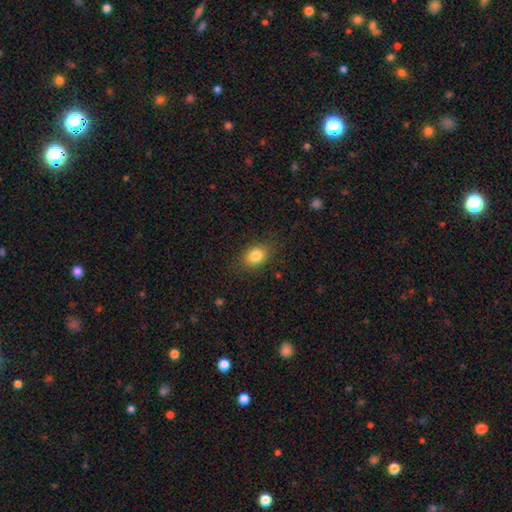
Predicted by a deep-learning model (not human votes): A smooth galaxy with no disk features (83%) that is in between round and cigar-shaped (66%).

Vote fractions:
- Smooth or featured? smooth: 83% / star or artifact: 10% / featured or disk: 7%
- How rounded? in between: 66% / round: 33% / cigar-shaped: 1%
- Merging? none: 85% / minor disturbance: 11% / major disturbance: 3% / merger: 1%